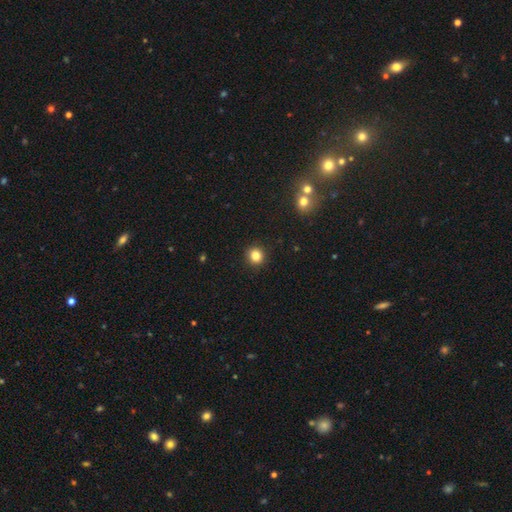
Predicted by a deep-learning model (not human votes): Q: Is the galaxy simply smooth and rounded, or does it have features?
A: smooth — 84%.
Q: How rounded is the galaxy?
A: round — 91%.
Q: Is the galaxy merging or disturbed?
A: none — 92%.